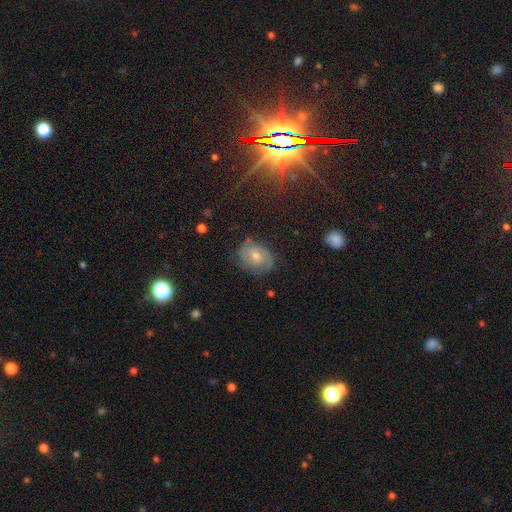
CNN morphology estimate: Smooth or featured: featured or disk — 62% (smooth — 20%)
Edge-on disk: no — 96% (yes — 4%)
Bar: no — 60% (weak — 32%)
Spiral arms: yes — 86% (no — 14%)
Spiral winding: tight — 55% (medium — 35%)
Spiral arm count: 2 — 53% (can't tell — 28%)
Bulge size: moderate — 61% (small — 33%)
Merging: none — 77% (minor disturbance — 16%)